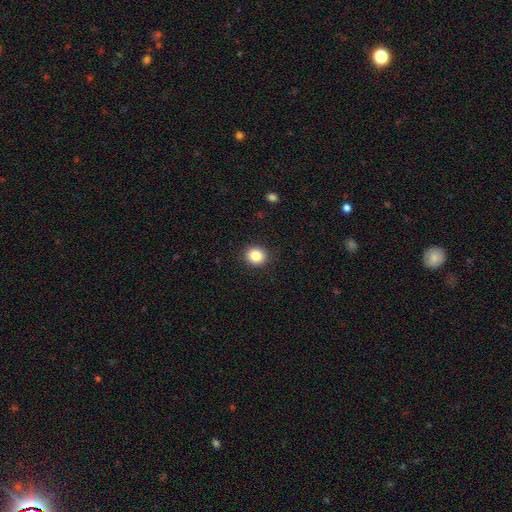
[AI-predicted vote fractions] This appears to be a smooth galaxy with no disk features (86%) that is round (78%). Merging: none (91%).